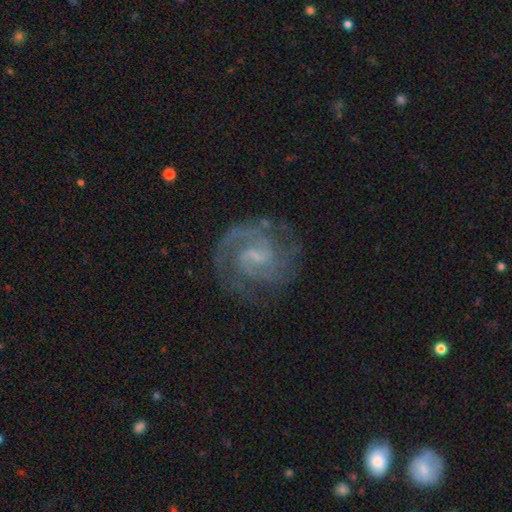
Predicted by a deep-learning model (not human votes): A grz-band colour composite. It shows a featured or disk galaxy (88%) with a weak bar (59%), 2 (64%) tight (49%) spiral arms (97%) and a small central bulge (50%). Merging: none (76%).